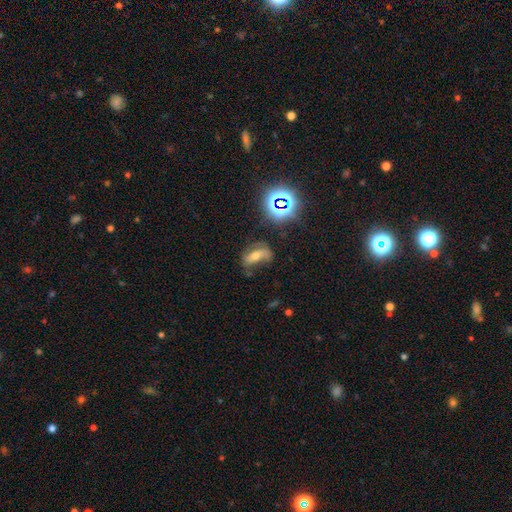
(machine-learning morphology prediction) A featured or disk galaxy (46%).

Vote fractions:
- Smooth or featured? featured or disk: 46% / smooth: 28% / star or artifact: 26%
- Merging? none: 49% / minor disturbance: 25% / major disturbance: 21% / merger: 4%